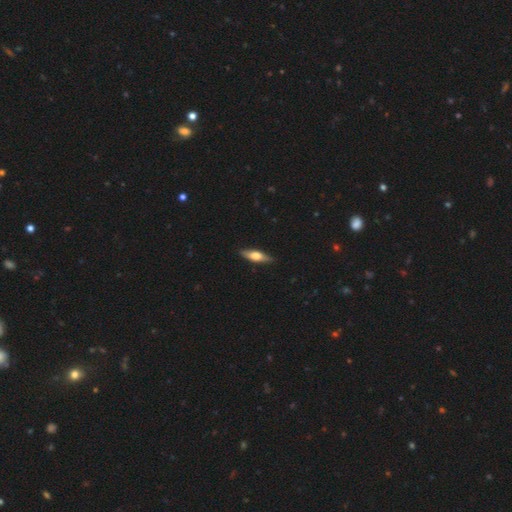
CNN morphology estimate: Overall: smooth (54%; featured or disk 41%). How rounded: cigar-shaped (54%; in between 44%). Merging: none (88%).